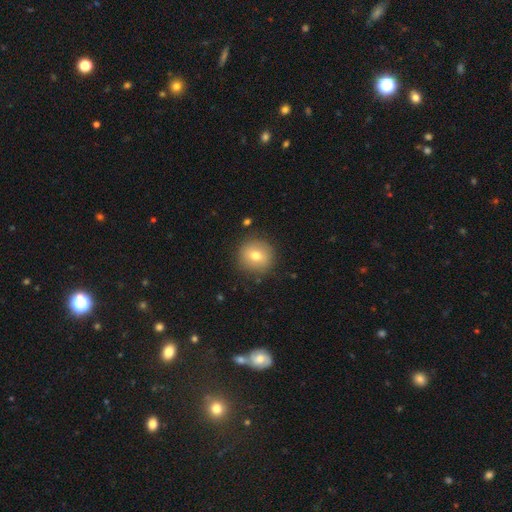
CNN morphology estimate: Smooth or featured? Predicted: smooth (p=0.73). How rounded? Predicted: round (p=0.93). Merging? Predicted: none (p=0.87).